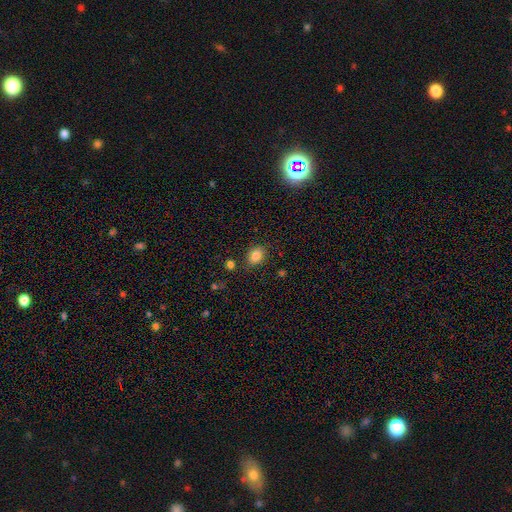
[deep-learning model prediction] Smooth or featured?
  - smooth: 84% *
  - star or artifact: 10%
  - featured or disk: 6%
How rounded?
  - in between: 62% *
  - round: 37%
  - cigar-shaped: 1%
Merging?
  - none: 82% *
  - minor disturbance: 12%
  - merger: 3%
  - major disturbance: 3%